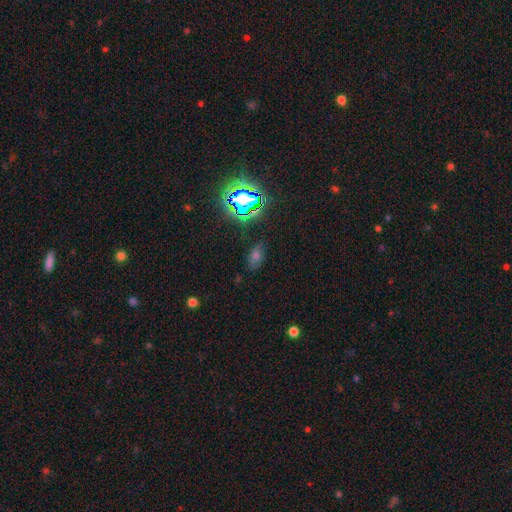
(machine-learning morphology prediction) A star or artifact, not a galaxy (44%).

Vote fractions:
- Smooth or featured? star or artifact: 44% / smooth: 42% / featured or disk: 14%